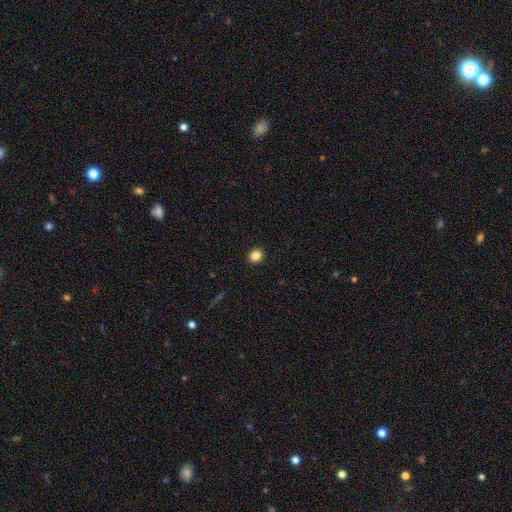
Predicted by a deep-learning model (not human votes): smooth 84%, star or artifact 11%, featured or disk 4%. Down the decision tree: how rounded — round (84%); merging — none (92%).